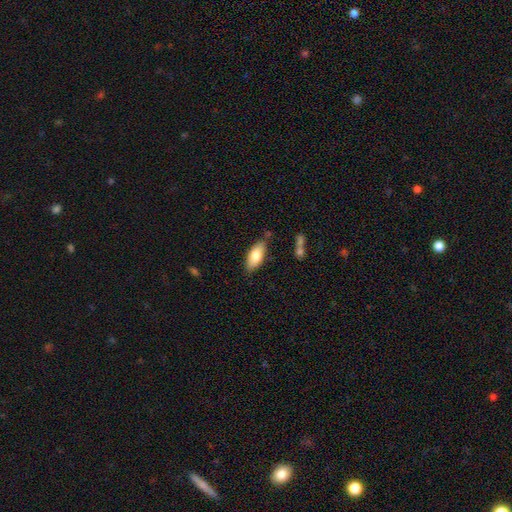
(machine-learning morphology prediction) smooth_or_featured: smooth (p=0.80) [alt: featured or disk p=0.14]
how_rounded: in between (p=0.85) [alt: cigar-shaped p=0.13]
merging: none (p=0.78) [alt: minor disturbance p=0.15]